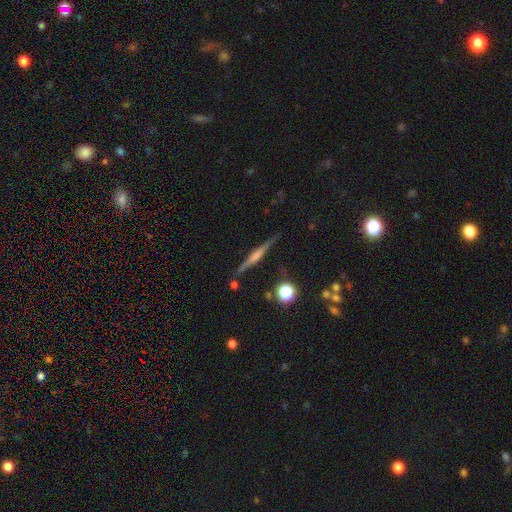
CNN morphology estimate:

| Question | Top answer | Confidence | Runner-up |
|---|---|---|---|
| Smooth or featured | featured or disk | 72% | smooth (19%) |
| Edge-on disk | yes | 98% | no (2%) |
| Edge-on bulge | rounded | 60% | none (20%) |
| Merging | none | 88% | minor disturbance (8%) |